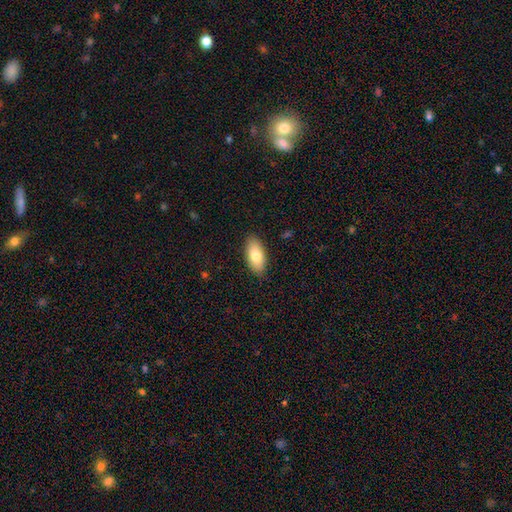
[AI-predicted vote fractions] smooth 81%, featured or disk 13%, star or artifact 6%. Down the decision tree: how rounded — in between (90%); merging — none (88%).